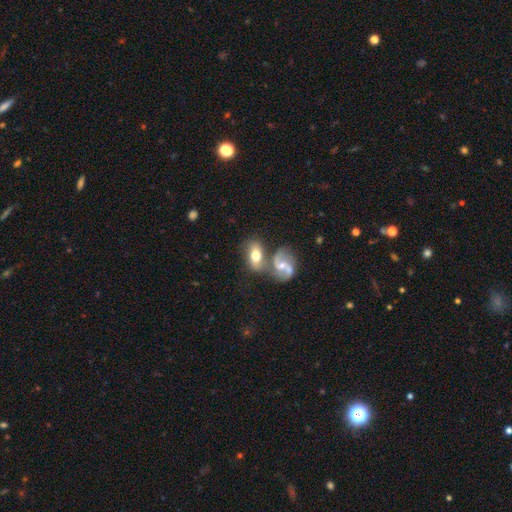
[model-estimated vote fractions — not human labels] Smooth or featured? smooth (54%)
How rounded? in between (87%)
Merging? merger (50%)